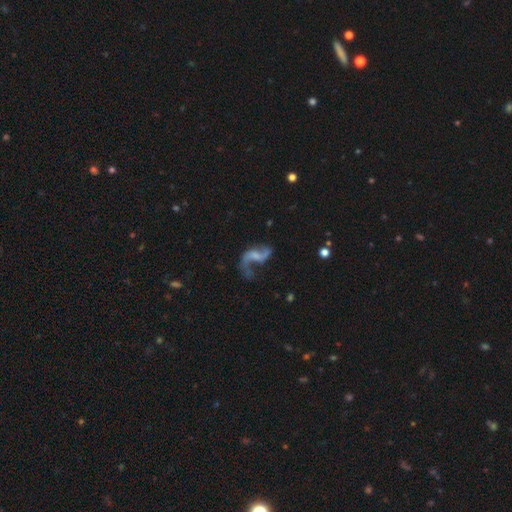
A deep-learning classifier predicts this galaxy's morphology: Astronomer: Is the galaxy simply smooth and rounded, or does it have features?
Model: featured or disk — 85%.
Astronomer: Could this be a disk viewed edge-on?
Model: no — 97%.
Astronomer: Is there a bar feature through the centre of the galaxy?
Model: no — 42%, tied with weak at 42%.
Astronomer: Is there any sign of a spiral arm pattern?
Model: yes — 93%.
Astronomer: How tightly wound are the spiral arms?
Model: loose — 86%.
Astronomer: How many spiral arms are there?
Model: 2 — 87%.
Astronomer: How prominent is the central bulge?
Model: none — 46% (runner-up: small, 30%).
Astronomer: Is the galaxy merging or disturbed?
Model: none — 55%.